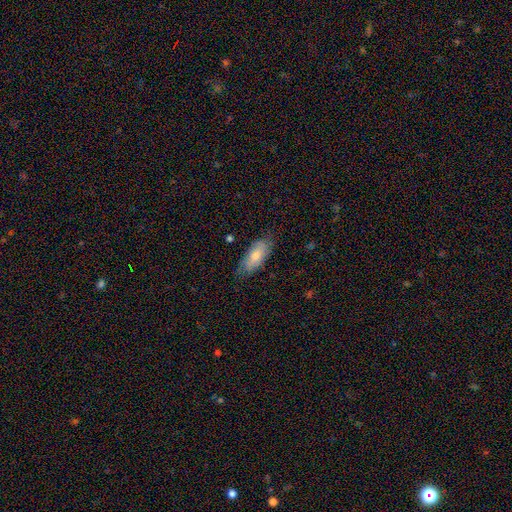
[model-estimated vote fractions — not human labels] Q: Smooth or featured?
A: smooth (71%); runner-up: featured or disk (23%)
Q: How rounded?
A: in between (84%); runner-up: cigar-shaped (13%)
Q: Merging?
A: none (72%); runner-up: minor disturbance (22%)